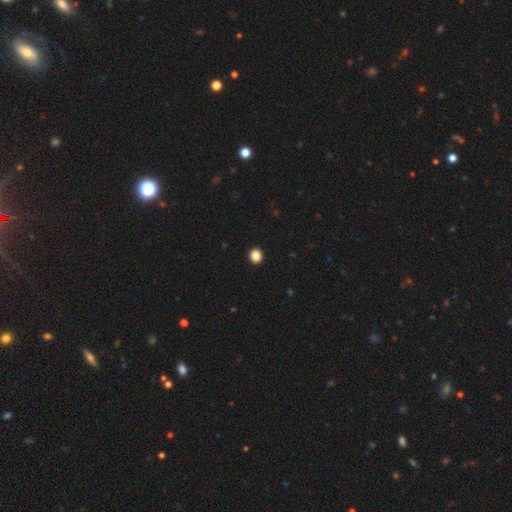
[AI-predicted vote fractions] Smooth or featured?
  - smooth: 86% *
  - star or artifact: 11%
  - featured or disk: 3%
How rounded?
  - round: 88% *
  - in between: 11%
  - cigar-shaped: 1%
Merging?
  - none: 94% *
  - minor disturbance: 4%
  - major disturbance: 1%
  - merger: 1%